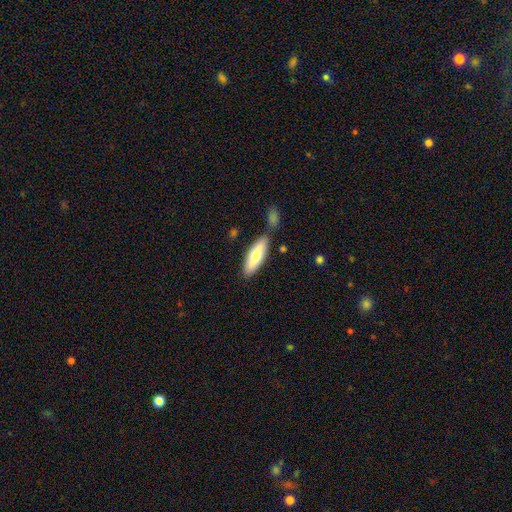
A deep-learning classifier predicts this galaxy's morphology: Q: Smooth or featured?
A: smooth (71%); runner-up: featured or disk (24%)
Q: How rounded?
A: in between (63%); runner-up: cigar-shaped (35%)
Q: Merging?
A: none (76%); runner-up: minor disturbance (12%)